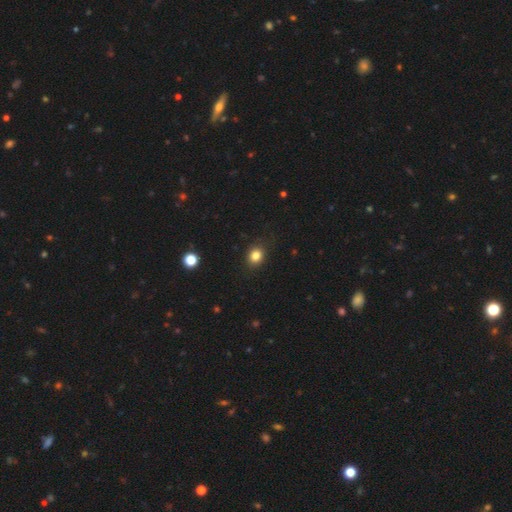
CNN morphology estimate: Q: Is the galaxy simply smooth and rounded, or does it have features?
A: smooth — 84%.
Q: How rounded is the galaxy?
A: round — 63%.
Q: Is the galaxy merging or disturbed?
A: none — 87%.